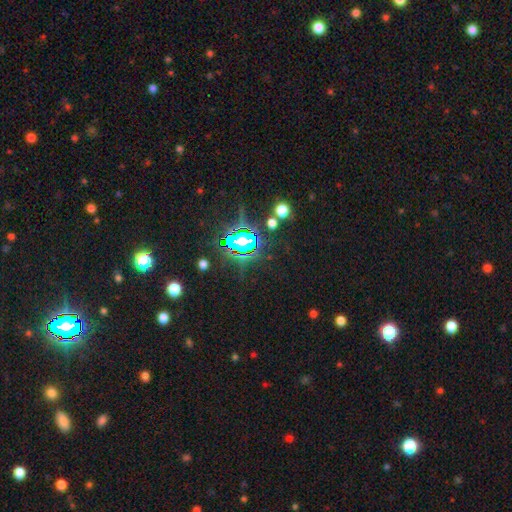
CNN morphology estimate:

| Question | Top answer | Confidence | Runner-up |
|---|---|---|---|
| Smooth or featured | star or artifact | 82% | smooth (11%) |